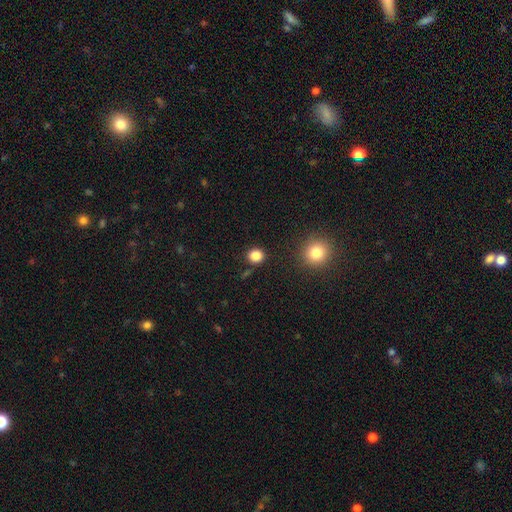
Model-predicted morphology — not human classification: Overall: smooth (84%). How rounded: round (85%). Merging: none (88%).